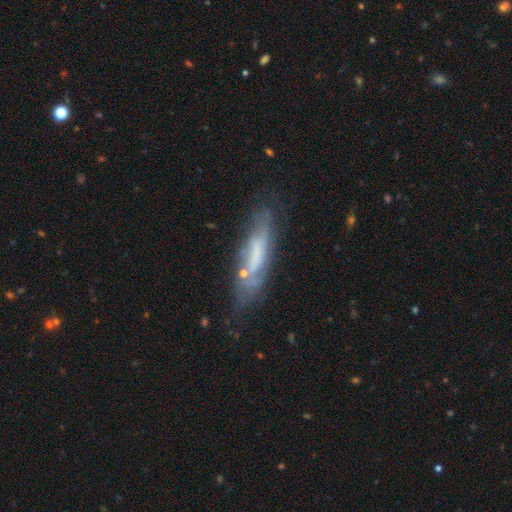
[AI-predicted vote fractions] Q: Smooth or featured?
A: featured or disk (54%); runner-up: smooth (38%)
Q: Edge-on disk?
A: no (52%); runner-up: yes (48%)
Q: Merging?
A: none (57%); runner-up: minor disturbance (25%)